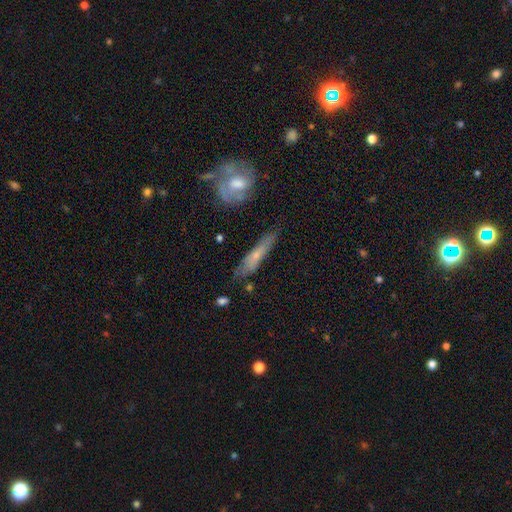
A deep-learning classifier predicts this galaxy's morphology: type=smooth (52%); roundness=cigar-shaped (85%); merging=none (68%).